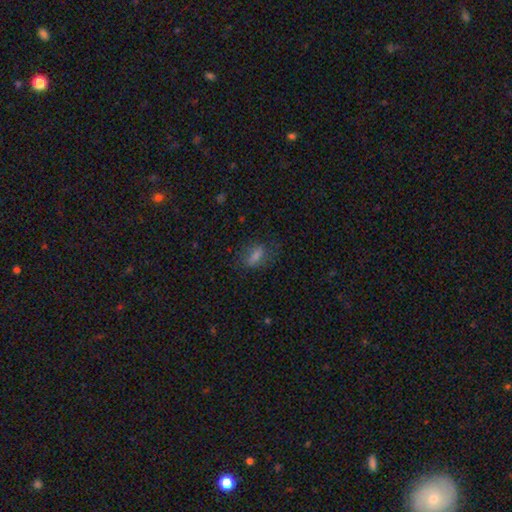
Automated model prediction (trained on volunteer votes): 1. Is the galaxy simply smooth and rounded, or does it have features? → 73% smooth, 15% featured or disk, 12% star or artifact.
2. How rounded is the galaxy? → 72% in between, 18% cigar-shaped, 11% round.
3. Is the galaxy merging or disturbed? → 69% none, 19% minor disturbance, 11% major disturbance, 2% merger.